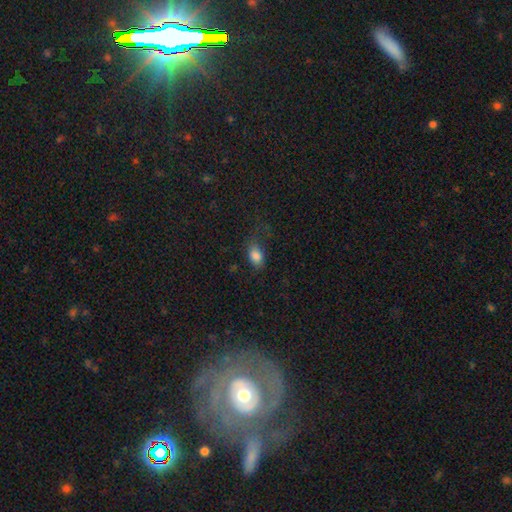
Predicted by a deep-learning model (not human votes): This appears to be a smooth galaxy with no disk features (84%) that is in between round and cigar-shaped (87%). Merging: none (59%).